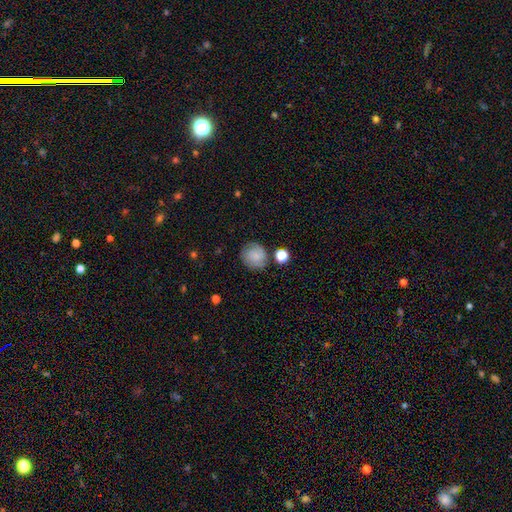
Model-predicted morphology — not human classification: smooth_or_featured: smooth (p=0.72) [alt: featured or disk p=0.19]
how_rounded: round (p=0.86) [alt: in between p=0.13]
merging: none (p=0.76) [alt: minor disturbance p=0.14]